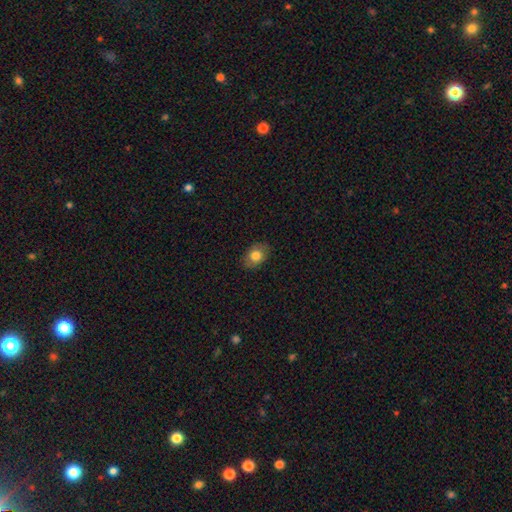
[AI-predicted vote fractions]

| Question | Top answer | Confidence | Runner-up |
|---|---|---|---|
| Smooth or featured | smooth | 79% | featured or disk (12%) |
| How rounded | in between | 72% | round (27%) |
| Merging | none | 84% | minor disturbance (12%) |